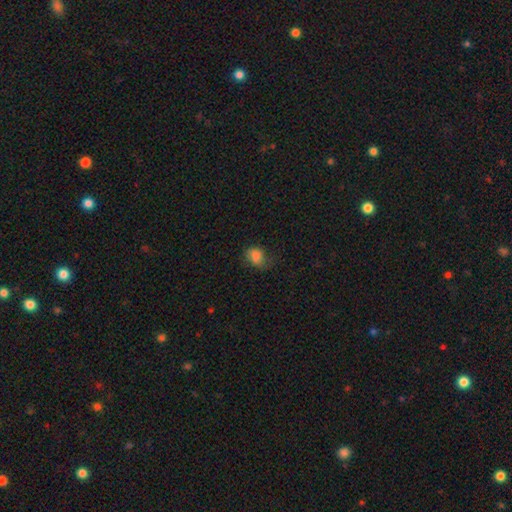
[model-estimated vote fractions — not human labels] Q: Smooth or featured?
A: smooth (76%); runner-up: star or artifact (12%)
Q: How rounded?
A: in between (59%); runner-up: round (40%)
Q: Merging?
A: none (44%); runner-up: minor disturbance (31%)